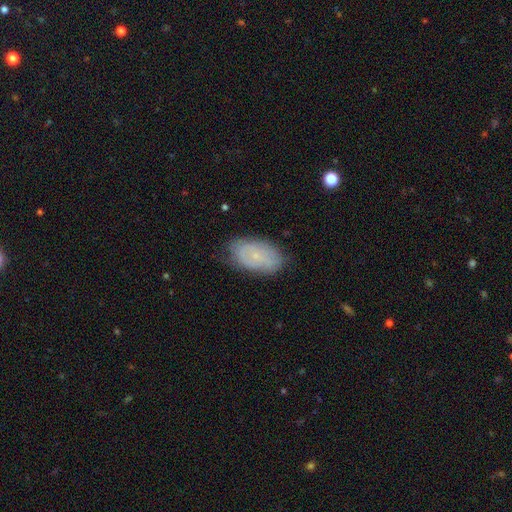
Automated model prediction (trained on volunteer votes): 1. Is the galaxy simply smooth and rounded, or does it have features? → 49% smooth, 43% featured or disk, 8% star or artifact.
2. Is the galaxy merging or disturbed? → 74% none, 20% minor disturbance, 5% major disturbance, 1% merger.